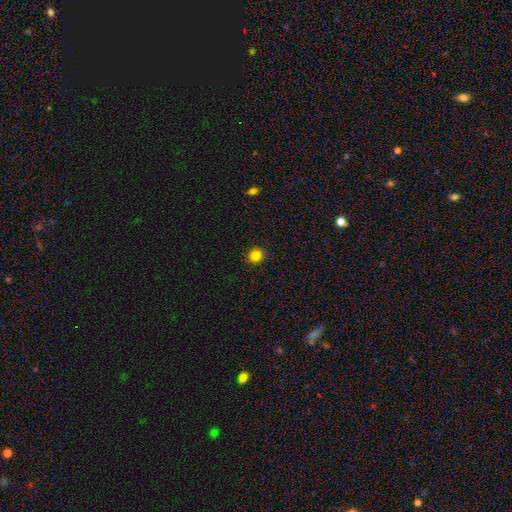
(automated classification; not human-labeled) A smooth galaxy with no disk features (82%) that is round (88%).

Vote fractions:
- Smooth or featured? smooth: 82% / star or artifact: 13% / featured or disk: 5%
- How rounded? round: 88% / in between: 11% / cigar-shaped: 1%
- Merging? none: 91% / minor disturbance: 6% / major disturbance: 2% / merger: 1%